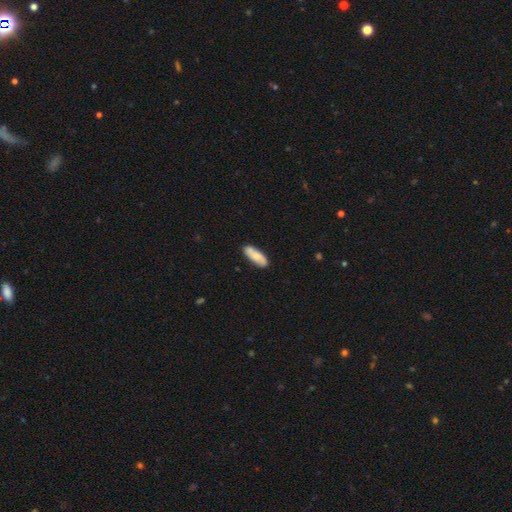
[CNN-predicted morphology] This appears to be a smooth galaxy with no disk features (74%) that is in between round and cigar-shaped (60%). Merging: none (84%).